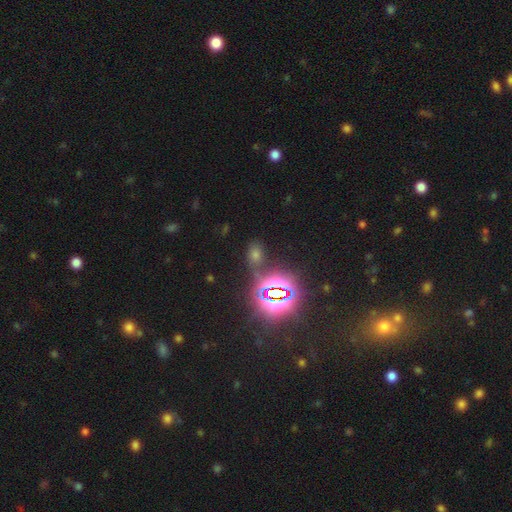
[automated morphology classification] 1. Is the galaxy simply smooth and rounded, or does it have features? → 62% star or artifact, 29% smooth, 9% featured or disk.